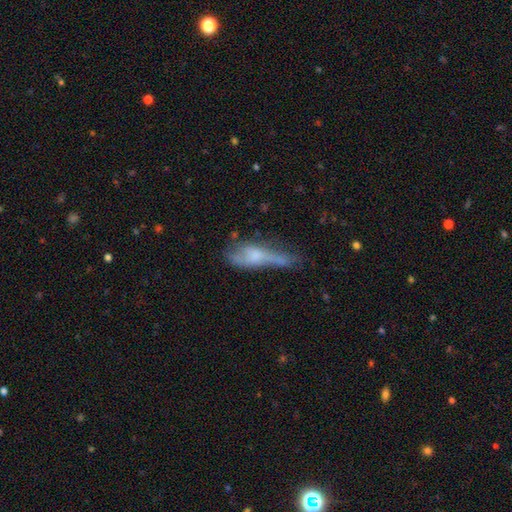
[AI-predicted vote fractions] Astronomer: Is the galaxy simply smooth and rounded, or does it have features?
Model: smooth — 49% (runner-up: featured or disk, 41%).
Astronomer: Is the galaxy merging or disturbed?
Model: major disturbance — 34% (runner-up: minor disturbance, 28%).